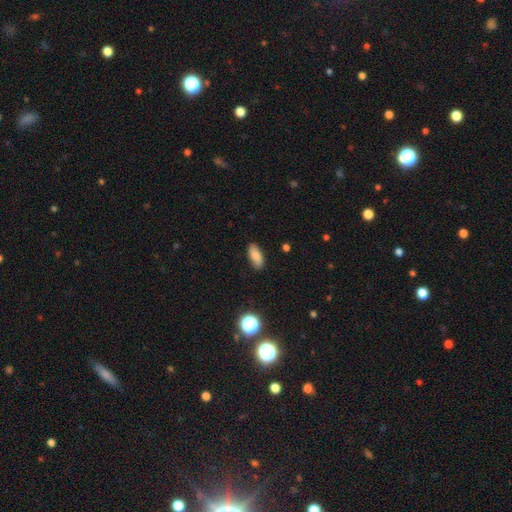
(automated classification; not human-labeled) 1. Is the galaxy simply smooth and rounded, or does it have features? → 81% smooth, 10% featured or disk, 9% star or artifact.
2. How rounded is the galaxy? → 85% in between, 11% cigar-shaped, 3% round.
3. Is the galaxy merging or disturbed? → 83% none, 13% minor disturbance, 2% major disturbance, 1% merger.